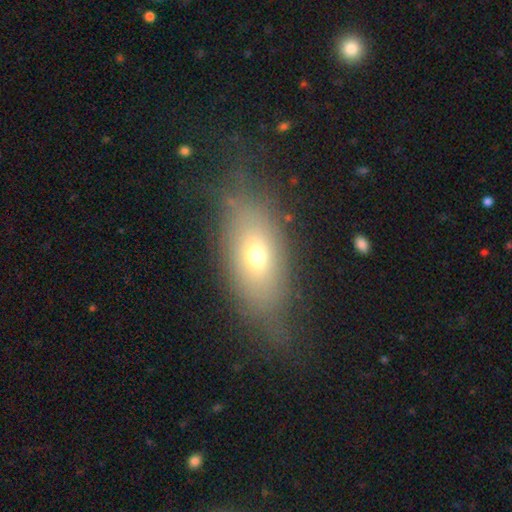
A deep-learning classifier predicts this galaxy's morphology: smooth-or-featured: smooth: 62% | featured or disk: 26% | star or artifact: 12%
  how-rounded: in between: 79% | cigar-shaped: 11% | round: 10%
  merging: none: 65% | minor disturbance: 19% | major disturbance: 14% | merger: 2%